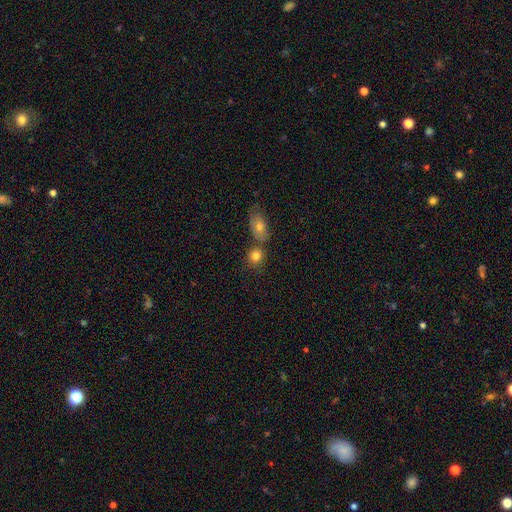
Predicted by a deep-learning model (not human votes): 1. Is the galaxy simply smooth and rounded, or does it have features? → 81% smooth, 10% featured or disk, 9% star or artifact.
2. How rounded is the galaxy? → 68% round, 31% in between, 2% cigar-shaped.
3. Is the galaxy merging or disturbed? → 54% none, 32% merger, 11% minor disturbance, 3% major disturbance.